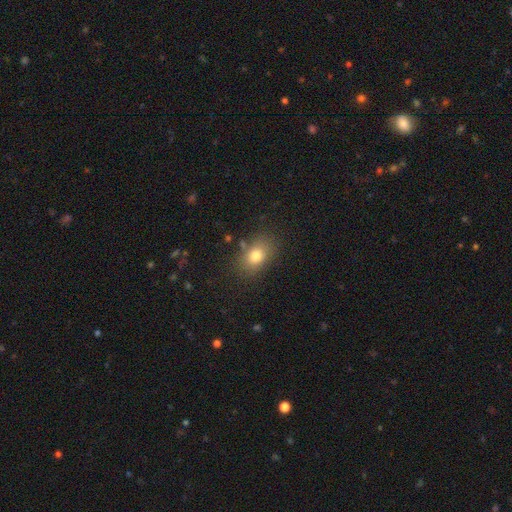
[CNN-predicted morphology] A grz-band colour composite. It shows a smooth galaxy with no disk features (80%) that is in between round and cigar-shaped (78%). Merging: none (78%).